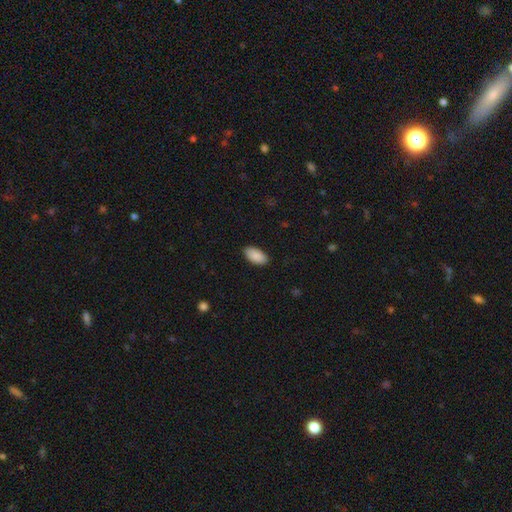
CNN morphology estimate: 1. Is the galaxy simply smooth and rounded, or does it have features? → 90% smooth, 6% star or artifact, 4% featured or disk.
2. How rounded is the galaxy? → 96% in between, 2% cigar-shaped, 2% round.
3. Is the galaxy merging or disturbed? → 88% none, 9% minor disturbance, 2% major disturbance, 1% merger.